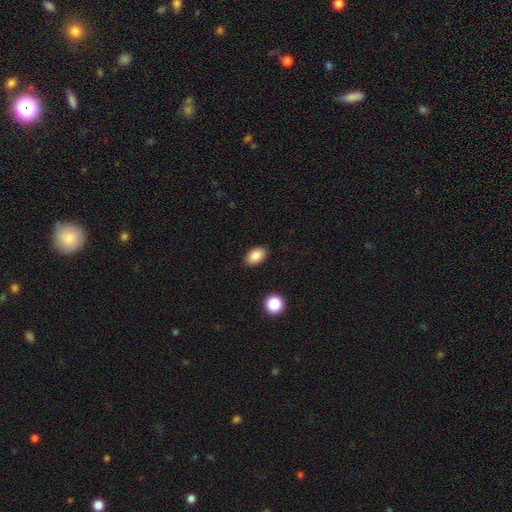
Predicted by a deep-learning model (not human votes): smooth_or_featured: smooth (p=0.87) [alt: star or artifact p=0.09]
how_rounded: in between (p=0.89) [alt: round p=0.10]
merging: none (p=0.88) [alt: minor disturbance p=0.08]